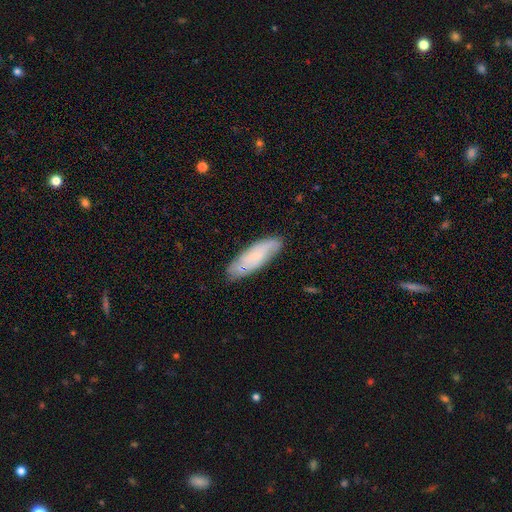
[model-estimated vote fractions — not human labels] This appears to be a smooth galaxy with no disk features (56%) that is in between round and cigar-shaped (50%). Merging: none (77%).